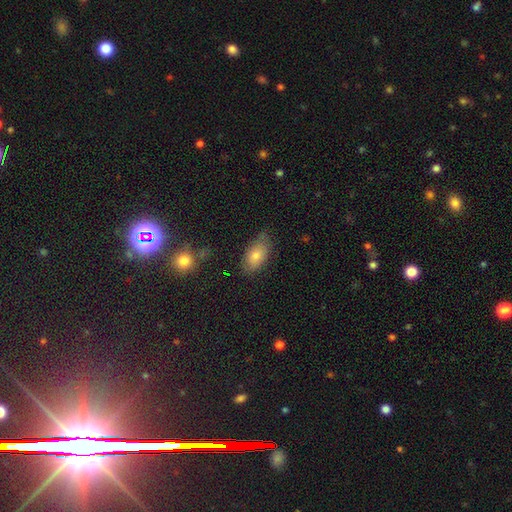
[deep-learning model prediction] smooth_or_featured: smooth (p=0.75) [alt: featured or disk p=0.15]
how_rounded: in between (p=0.90) [alt: round p=0.06]
merging: none (p=0.71) [alt: minor disturbance p=0.22]